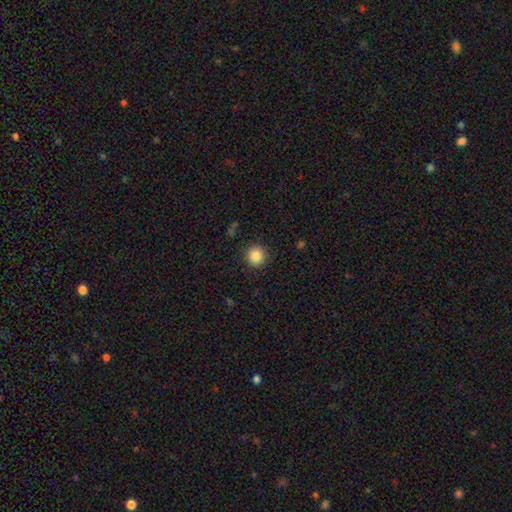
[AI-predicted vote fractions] Smooth or featured? smooth (87%)
How rounded? round (94%)
Merging? none (91%)